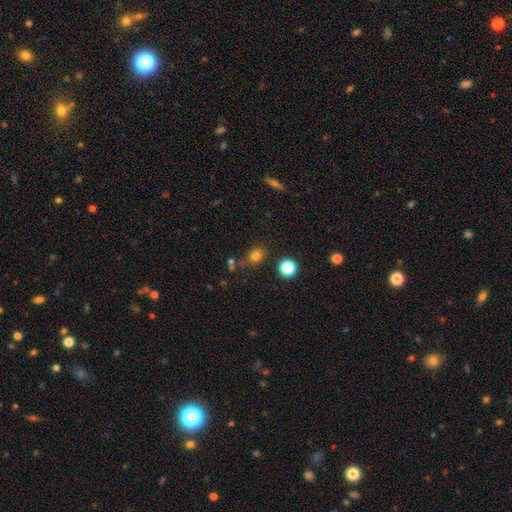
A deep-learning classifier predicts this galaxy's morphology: smooth-or-featured: smooth: 78% | star or artifact: 16% | featured or disk: 6%
  how-rounded: round: 57% | in between: 41% | cigar-shaped: 1%
  merging: none: 73% | minor disturbance: 14% | merger: 8% | major disturbance: 5%